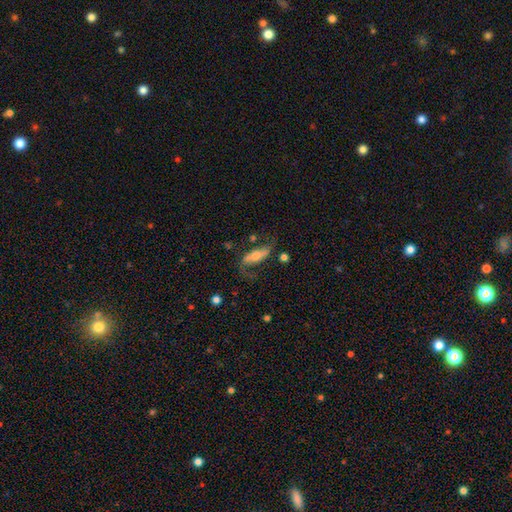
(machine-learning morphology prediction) A featured or disk galaxy (65%) with no bar (39%), spiral arms (88%) and a moderate central bulge (46%).

Vote fractions:
- Smooth or featured? featured or disk: 65% / smooth: 26% / star or artifact: 8%
- Edge-on disk? no: 80% / yes: 20%
- Bar? no: 39% / strong: 33% / weak: 28%
- Spiral arms? yes: 88% / no: 12%
- Bulge size? moderate: 46% / small: 35% / large: 10% / none: 6% / dominant: 3%
- Merging? none: 57% / minor disturbance: 20% / major disturbance: 19% / merger: 3%